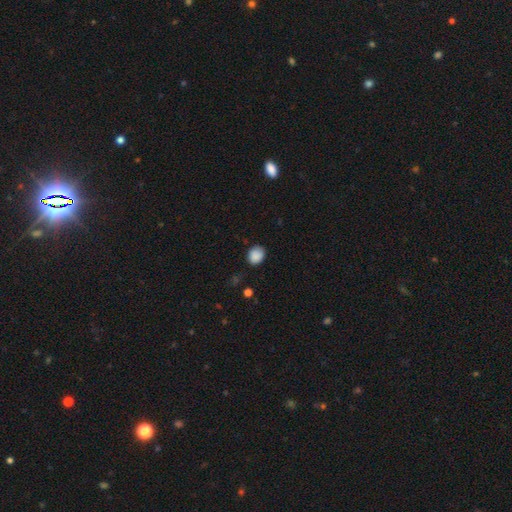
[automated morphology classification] A smooth galaxy with no disk features (88%) that is round (58%).

Vote fractions:
- Smooth or featured? smooth: 88% / star or artifact: 9% / featured or disk: 3%
- How rounded? round: 58% / in between: 42% / cigar-shaped: 1%
- Merging? none: 79% / minor disturbance: 17% / major disturbance: 3% / merger: 1%